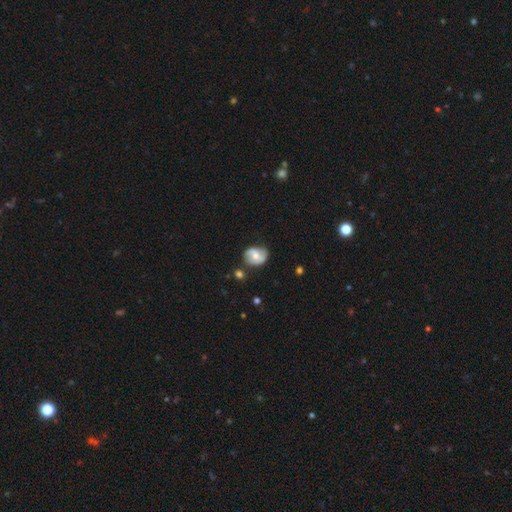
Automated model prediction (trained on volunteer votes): smooth_or_featured: featured or disk (p=0.55) [alt: smooth p=0.39]
disk_edge_on: no (p=0.97) [alt: yes p=0.03]
bar: no (p=0.51) [alt: weak p=0.38]
has_spiral_arms: yes (p=0.75) [alt: no p=0.25]
bulge_size: moderate (p=0.68) [alt: small p=0.26]
merging: none (p=0.67) [alt: minor disturbance p=0.23]